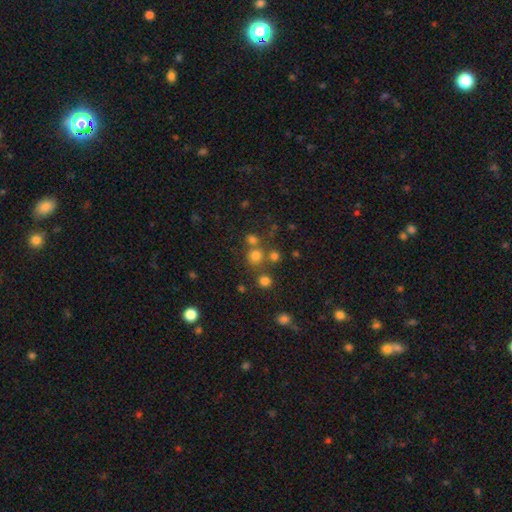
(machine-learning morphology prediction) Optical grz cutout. It shows a smooth galaxy with no disk features (70%) that is round (87%). Merging: none (66%).